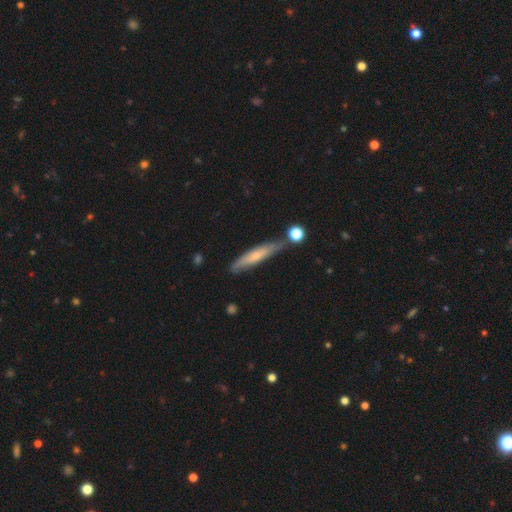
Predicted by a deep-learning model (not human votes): Q: Smooth or featured?
A: smooth (53%); runner-up: featured or disk (40%)
Q: How rounded?
A: cigar-shaped (88%); runner-up: in between (10%)
Q: Merging?
A: none (69%); runner-up: minor disturbance (19%)